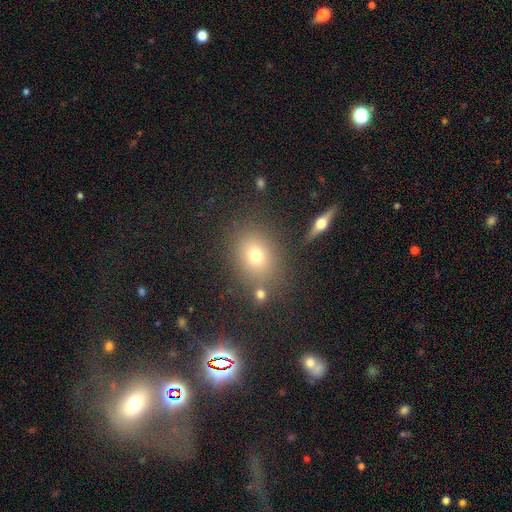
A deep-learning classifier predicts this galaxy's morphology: A smooth galaxy with no disk features (67%) that is in between round and cigar-shaped (50%).

Vote fractions:
- Smooth or featured? smooth: 67% / star or artifact: 18% / featured or disk: 15%
- How rounded? in between: 50% / round: 48% / cigar-shaped: 2%
- Merging? none: 78% / minor disturbance: 11% / merger: 6% / major disturbance: 4%